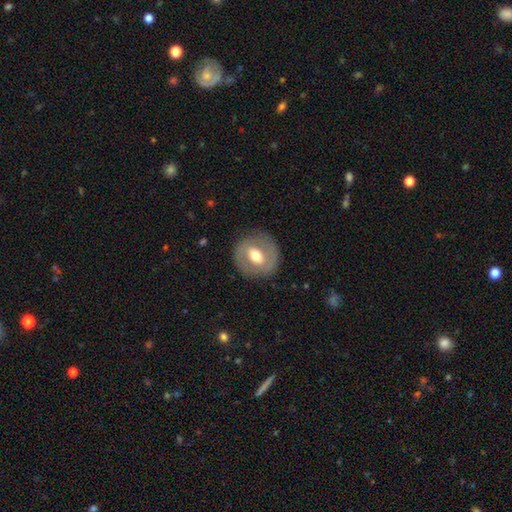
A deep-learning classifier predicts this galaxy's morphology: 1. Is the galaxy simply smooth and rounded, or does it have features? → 52% featured or disk, 41% smooth, 6% star or artifact.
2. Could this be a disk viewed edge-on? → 94% no, 6% yes.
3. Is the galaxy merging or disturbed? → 83% none, 11% minor disturbance, 5% major disturbance, 1% merger.